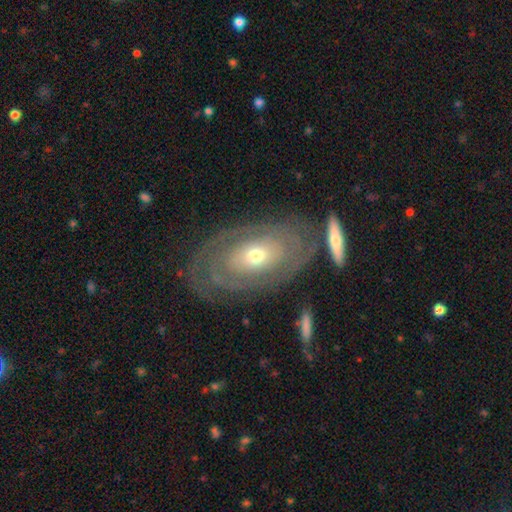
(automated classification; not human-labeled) The model was most divided on "bulge size": moderate: 53%, small: 41%, large: 4%, dominant: 1%, none: 1%. More confident: edge-on disk — no (92%); bar — no (82%); smooth or featured — featured or disk (75%); merging — none (73%); spiral arms — yes (72%).